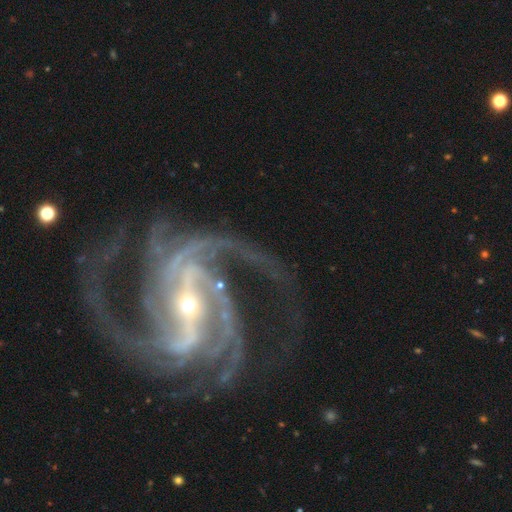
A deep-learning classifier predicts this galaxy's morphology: Smooth or featured? Predicted: featured or disk (p=0.93). Edge-on disk? Predicted: no (p=0.98). Bar? Predicted: strong (p=0.65). Spiral arms? Predicted: yes (p=0.99). Spiral winding? Predicted: medium (p=0.53). Spiral arm count? Predicted: 4 (p=0.29). Bulge size? Predicted: small (p=0.78). Merging? Predicted: none (p=0.67).